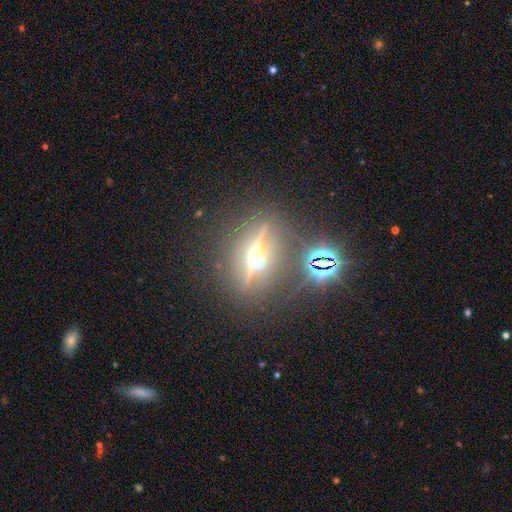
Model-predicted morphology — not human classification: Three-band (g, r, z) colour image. It shows a featured or disk galaxy (61%) viewed edge-on (88%) with a rounded central bulge (92%). Merging: none (82%).